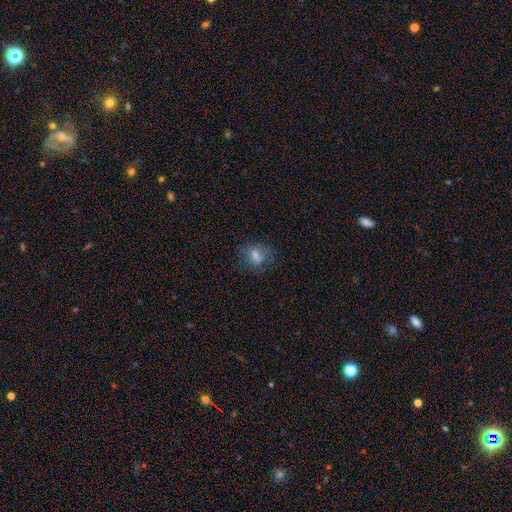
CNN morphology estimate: type=smooth (65%); roundness=in between (55%); merging=none (68%).